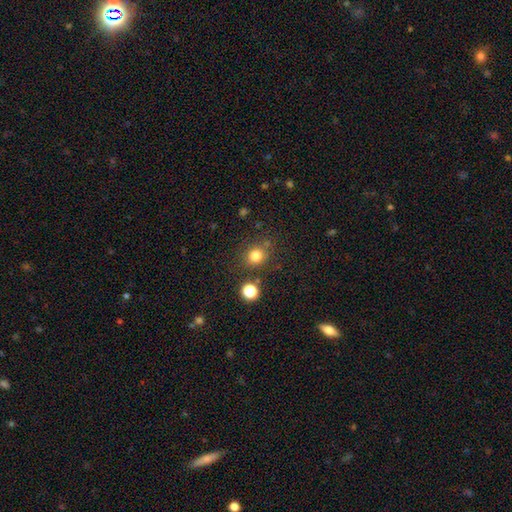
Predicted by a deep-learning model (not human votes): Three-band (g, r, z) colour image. It shows a smooth galaxy with no disk features (80%) that is round (85%). Merging: none (79%).